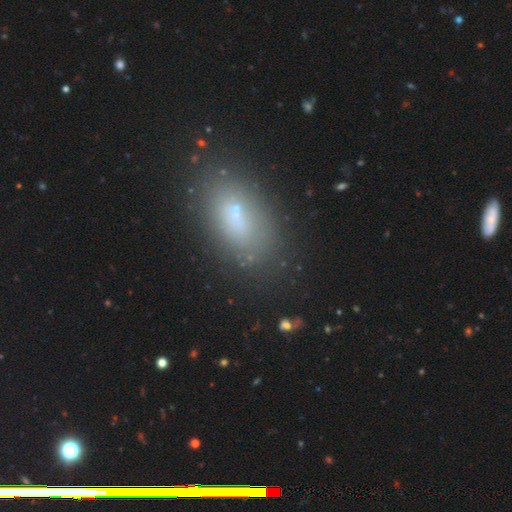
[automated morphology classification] Smooth or featured? Predicted: smooth (p=0.67). How rounded? Predicted: in between (p=0.89). Merging? Predicted: none (p=0.79).